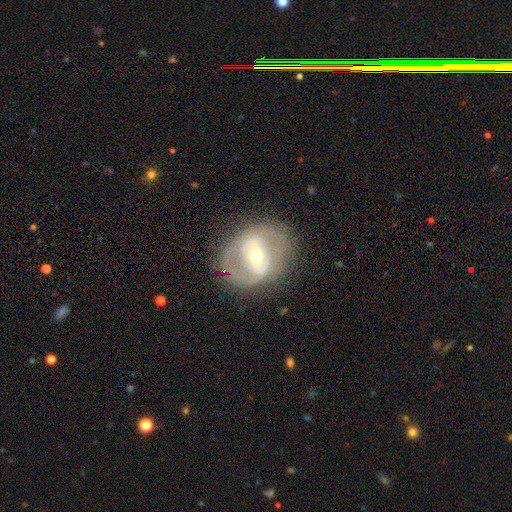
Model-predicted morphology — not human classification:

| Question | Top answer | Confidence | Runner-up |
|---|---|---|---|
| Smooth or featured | featured or disk | 74% | smooth (20%) |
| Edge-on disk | no | 95% | yes (5%) |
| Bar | weak | 38% | strong (36%) |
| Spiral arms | yes | 54% | no (46%) |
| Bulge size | moderate | 62% | small (30%) |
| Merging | none | 72% | minor disturbance (16%) |